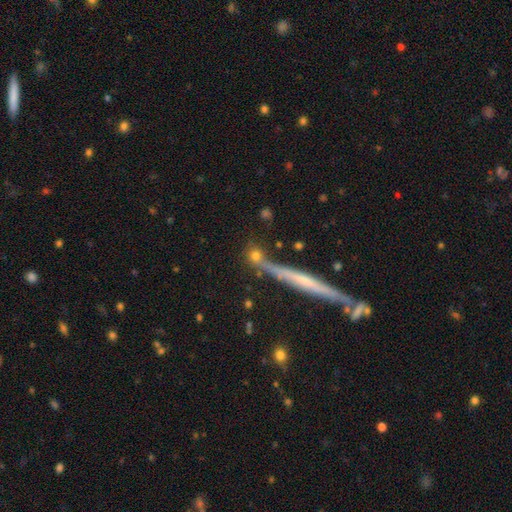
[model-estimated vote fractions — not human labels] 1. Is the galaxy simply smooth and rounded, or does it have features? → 68% smooth, 17% featured or disk, 15% star or artifact.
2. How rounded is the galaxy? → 68% round, 17% cigar-shaped, 15% in between.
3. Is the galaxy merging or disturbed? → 65% none, 16% merger, 12% minor disturbance, 7% major disturbance.